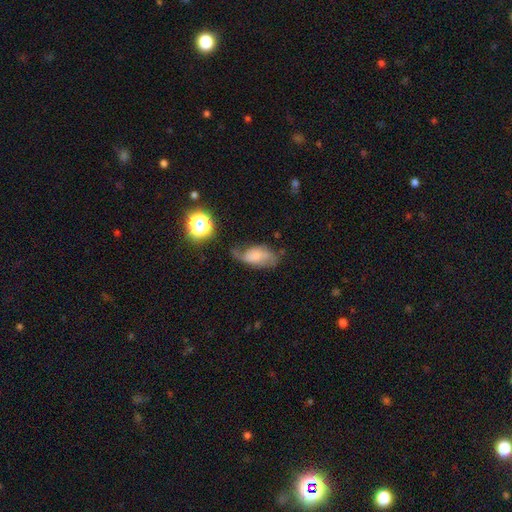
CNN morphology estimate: This is possibly a smooth galaxy (51%). How rounded: clearly in between (89%). Merging: marginally none (34%).